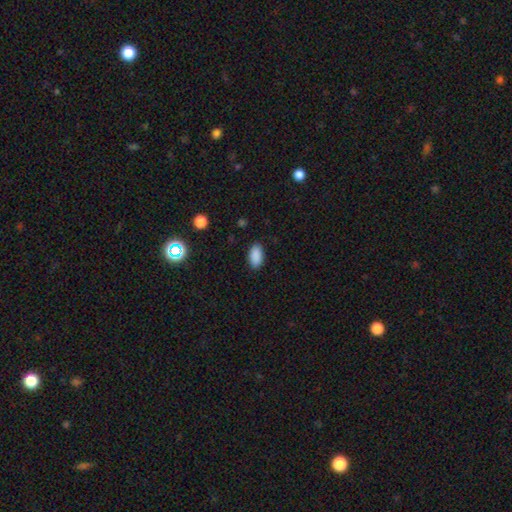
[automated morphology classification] Smooth or featured? smooth (89%)
How rounded? in between (93%)
Merging? none (88%)